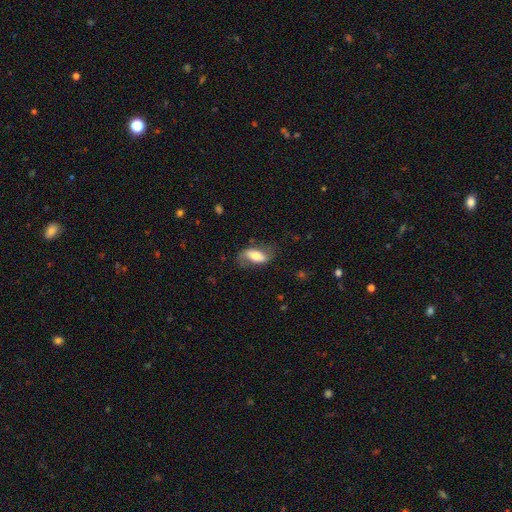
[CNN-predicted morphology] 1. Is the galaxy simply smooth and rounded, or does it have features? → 53% smooth, 40% featured or disk, 7% star or artifact.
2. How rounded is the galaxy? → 86% in between, 9% cigar-shaped, 5% round.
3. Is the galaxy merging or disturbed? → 61% none, 24% minor disturbance, 13% major disturbance, 2% merger.